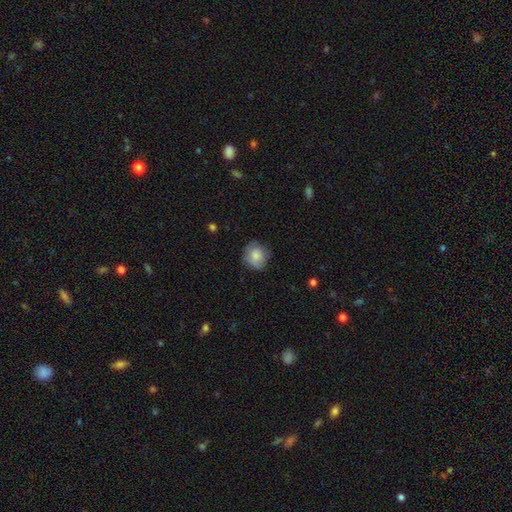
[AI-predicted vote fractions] This appears to be a smooth galaxy with no disk features (82%) that is round (81%). Merging: none (73%).